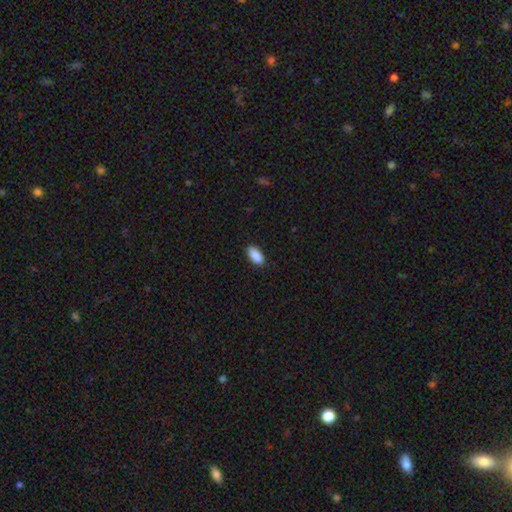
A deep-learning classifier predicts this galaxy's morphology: Smooth or featured: smooth — 90% (star or artifact — 7%)
How rounded: in between — 89% (cigar-shaped — 8%)
Merging: none — 87% (minor disturbance — 11%)